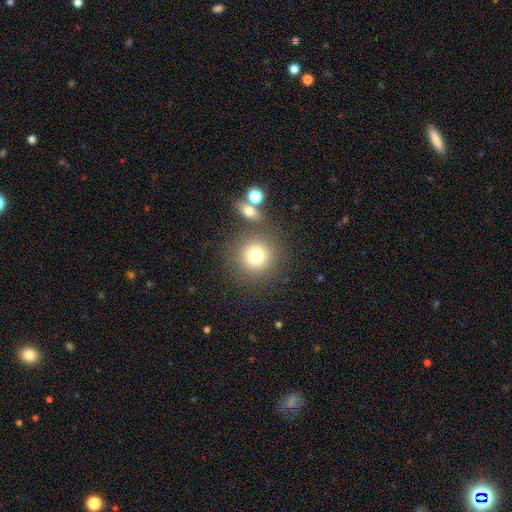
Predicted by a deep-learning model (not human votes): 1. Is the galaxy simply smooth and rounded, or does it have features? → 76% smooth, 13% star or artifact, 11% featured or disk.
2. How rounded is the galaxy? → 93% round, 6% in between, 1% cigar-shaped.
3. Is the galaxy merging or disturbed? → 78% none, 9% merger, 8% minor disturbance, 4% major disturbance.